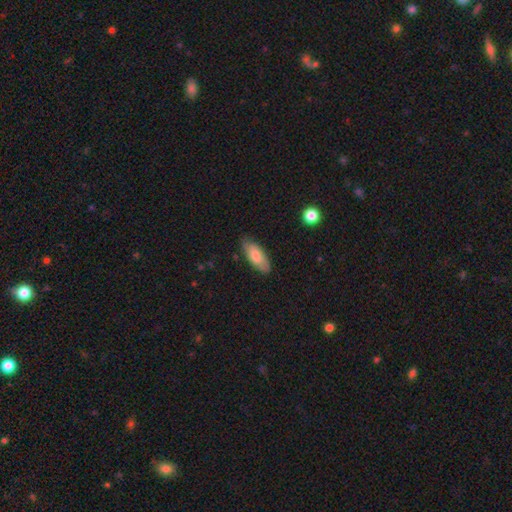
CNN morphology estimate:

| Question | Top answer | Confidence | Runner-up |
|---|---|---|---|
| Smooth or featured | smooth | 77% | featured or disk (17%) |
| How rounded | in between | 81% | cigar-shaped (17%) |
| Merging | none | 80% | minor disturbance (16%) |